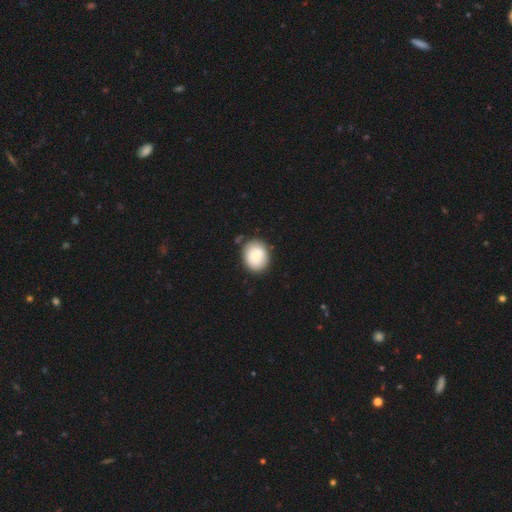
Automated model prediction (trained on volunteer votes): A smooth galaxy with no disk features (81%) that is round (64%).

Vote fractions:
- Smooth or featured? smooth: 81% / featured or disk: 12% / star or artifact: 7%
- How rounded? round: 64% / in between: 35% / cigar-shaped: 1%
- Merging? none: 79% / minor disturbance: 14% / merger: 4% / major disturbance: 3%